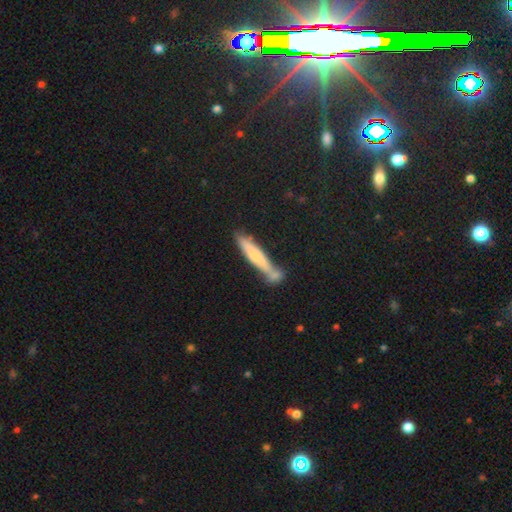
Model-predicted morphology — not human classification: Smooth or featured: smooth — 63% (featured or disk — 29%)
How rounded: cigar-shaped — 90% (in between — 9%)
Merging: none — 56% (merger — 23%)